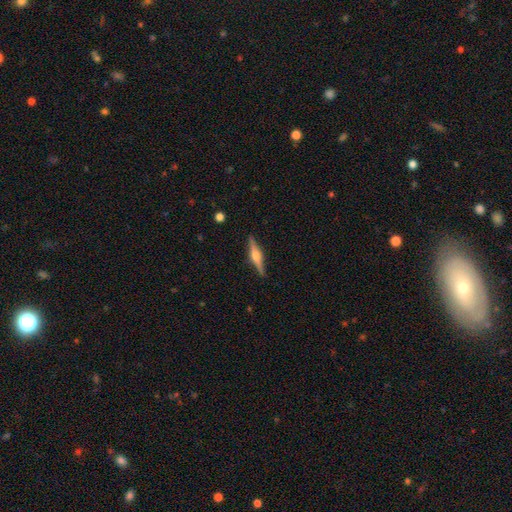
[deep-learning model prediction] Overall: featured or disk (71%). Edge-on disk: yes (98%). Edge-on bulge: rounded (83%). Merging: none (89%).